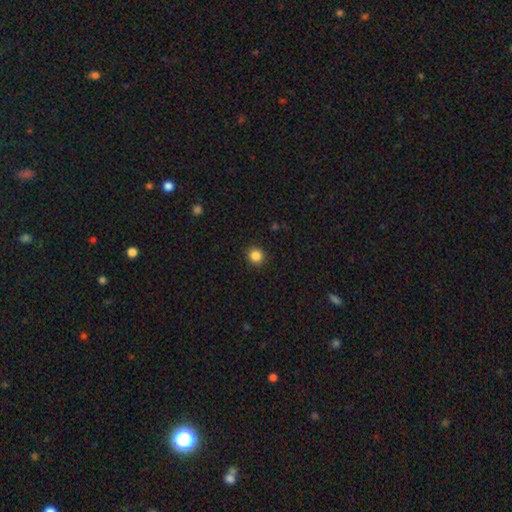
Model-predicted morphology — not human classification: Smooth or featured: smooth — 86% (star or artifact — 11%)
How rounded: round — 90% (in between — 9%)
Merging: none — 92% (minor disturbance — 5%)